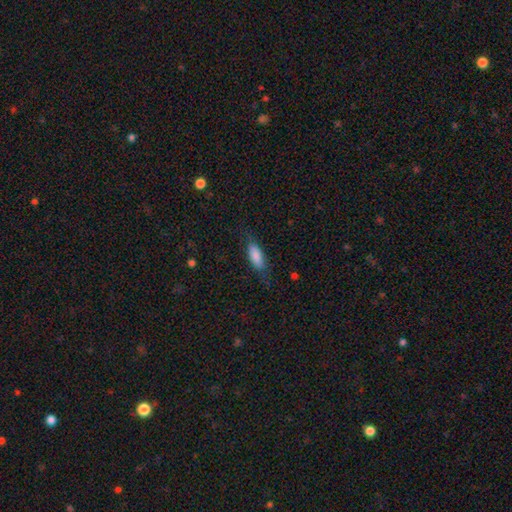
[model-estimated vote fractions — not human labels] Overall: smooth (79%). How rounded: in between (73%). Merging: none (69%).